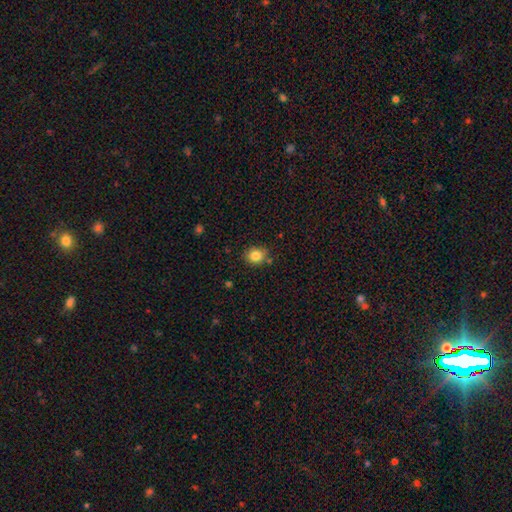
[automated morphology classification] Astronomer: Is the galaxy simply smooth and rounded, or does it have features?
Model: smooth — 83%.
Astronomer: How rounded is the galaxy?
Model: round — 74%.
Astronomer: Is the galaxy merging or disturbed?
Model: none — 82%.